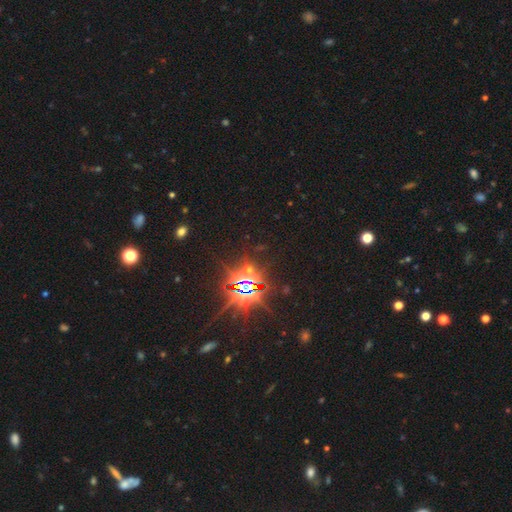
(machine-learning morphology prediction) The model was most divided on "smooth or featured": star or artifact: 87%, smooth: 7%, featured or disk: 7%.